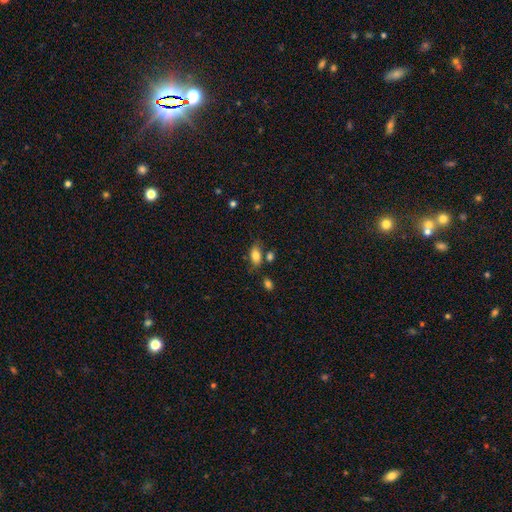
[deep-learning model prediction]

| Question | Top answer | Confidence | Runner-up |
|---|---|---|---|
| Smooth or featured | smooth | 80% | featured or disk (11%) |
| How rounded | in between | 88% | cigar-shaped (7%) |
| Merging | none | 66% | minor disturbance (18%) |